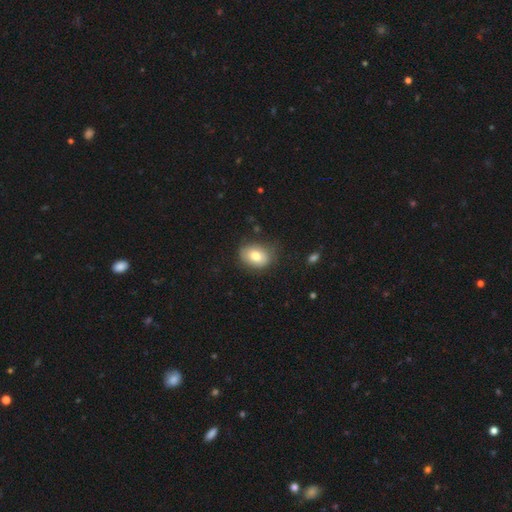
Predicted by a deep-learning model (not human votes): This appears to be a smooth galaxy with no disk features (77%) that is in between round and cigar-shaped (70%). Merging: none (73%).